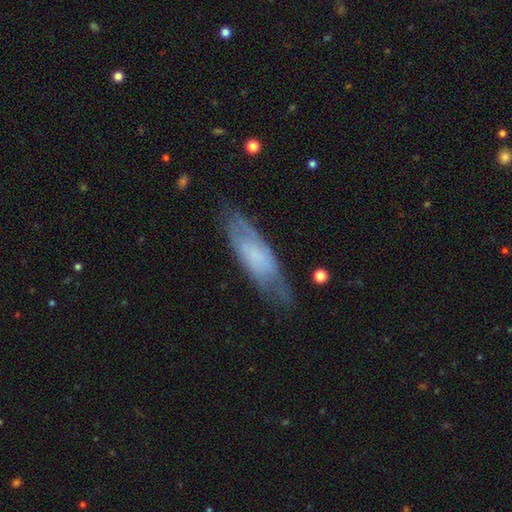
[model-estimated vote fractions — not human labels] Smooth or featured?
  - featured or disk: 48% *
  - smooth: 44%
  - star or artifact: 8%
Merging?
  - none: 71% *
  - minor disturbance: 20%
  - major disturbance: 7%
  - merger: 2%